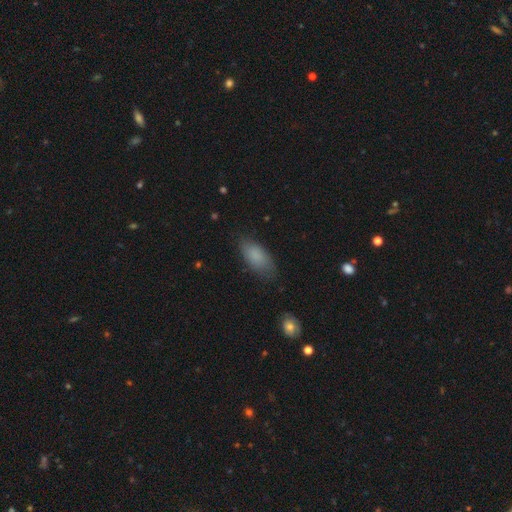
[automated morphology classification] smooth_or_featured: smooth (p=0.84) [alt: featured or disk p=0.09]
how_rounded: in between (p=0.89) [alt: cigar-shaped p=0.08]
merging: none (p=0.75) [alt: minor disturbance p=0.19]